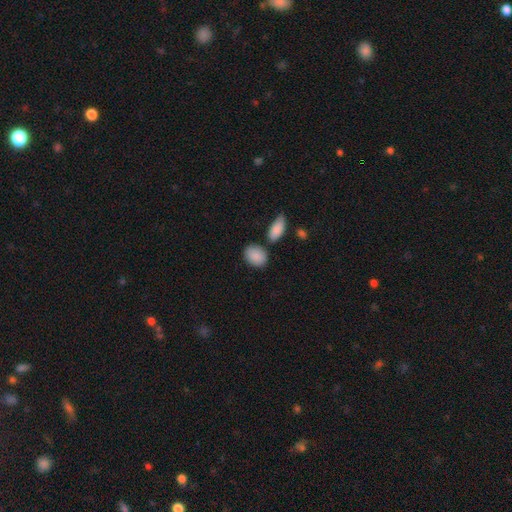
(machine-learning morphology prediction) This is clearly a smooth galaxy (88%). How rounded: likely in between (71%). Merging: likely none (72%).